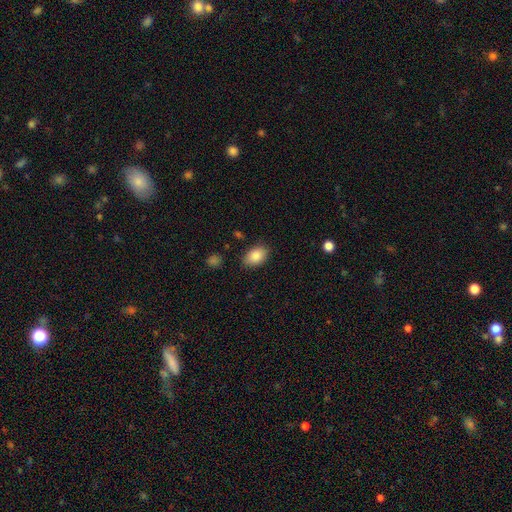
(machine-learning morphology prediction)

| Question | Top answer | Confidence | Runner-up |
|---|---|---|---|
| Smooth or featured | smooth | 86% | star or artifact (7%) |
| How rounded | in between | 87% | round (12%) |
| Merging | none | 82% | minor disturbance (13%) |